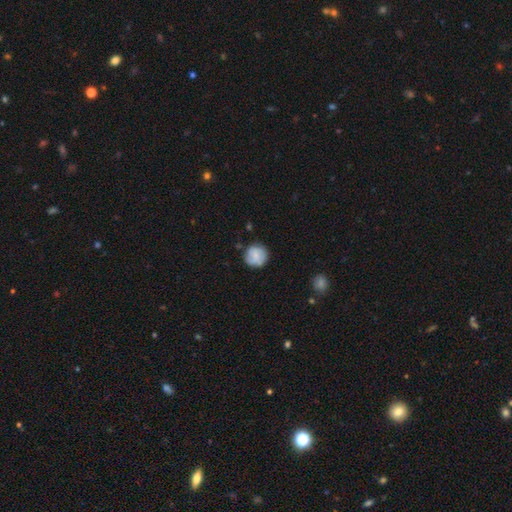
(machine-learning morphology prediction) smooth_or_featured: smooth (p=0.75) [alt: featured or disk p=0.19]
how_rounded: round (p=0.93) [alt: in between p=0.06]
merging: none (p=0.83) [alt: minor disturbance p=0.13]